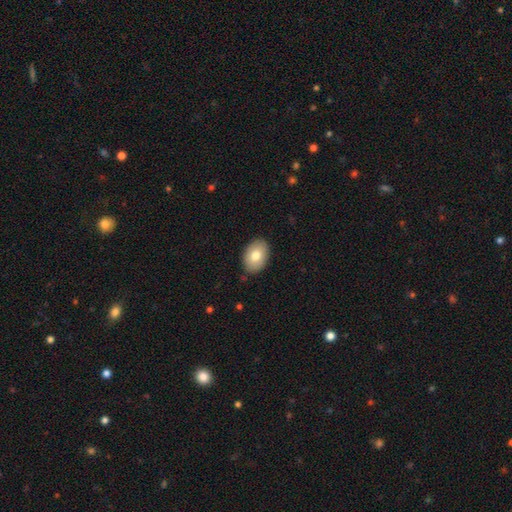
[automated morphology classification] Overall: smooth (77%). How rounded: in between (85%). Merging: none (87%).